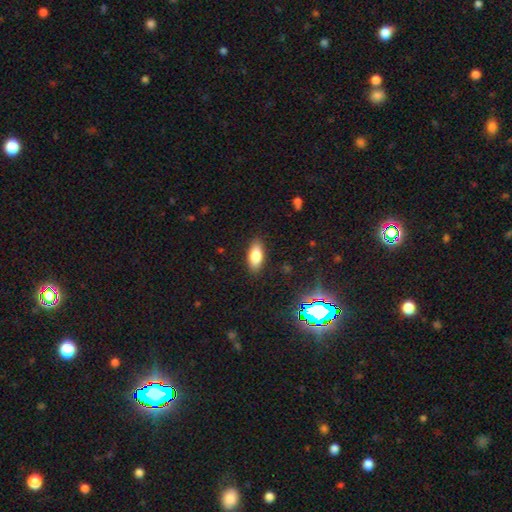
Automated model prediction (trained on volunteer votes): Smooth or featured: smooth — 82% (featured or disk — 10%)
How rounded: in between — 84% (cigar-shaped — 14%)
Merging: none — 88% (minor disturbance — 9%)